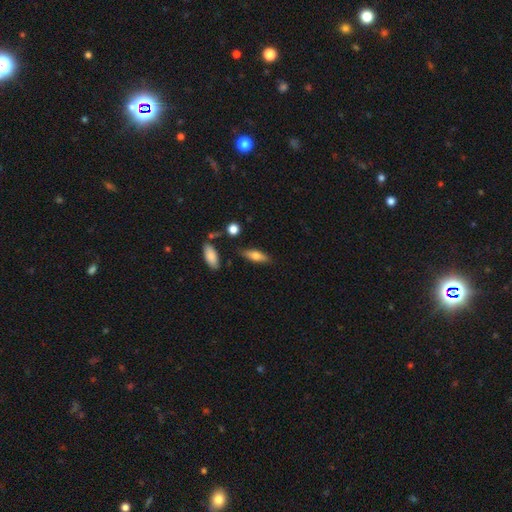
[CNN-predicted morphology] This is likely a smooth galaxy (68%). How rounded: possibly in between (55%). Merging: clearly none (81%).